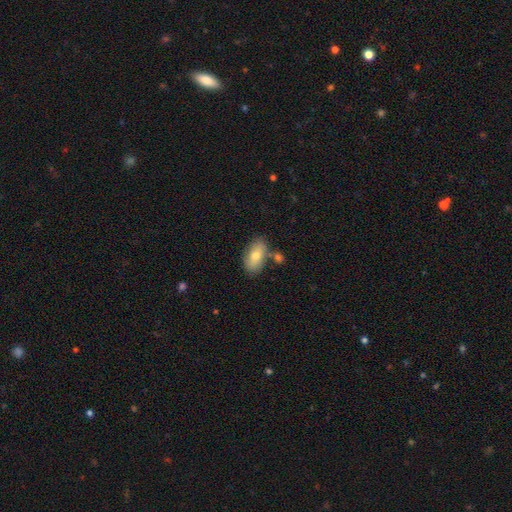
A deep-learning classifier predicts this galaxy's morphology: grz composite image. It shows a smooth galaxy with no disk features (73%) that is in between round and cigar-shaped (91%). Merging: none (69%).